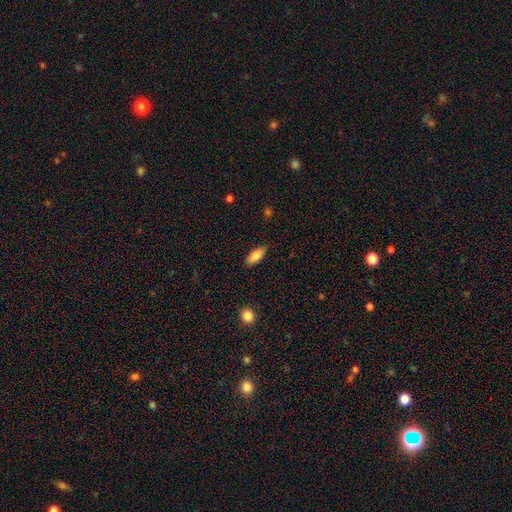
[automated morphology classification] Q: Smooth or featured?
A: smooth (81%); runner-up: featured or disk (13%)
Q: How rounded?
A: in between (75%); runner-up: cigar-shaped (23%)
Q: Merging?
A: none (87%); runner-up: minor disturbance (10%)